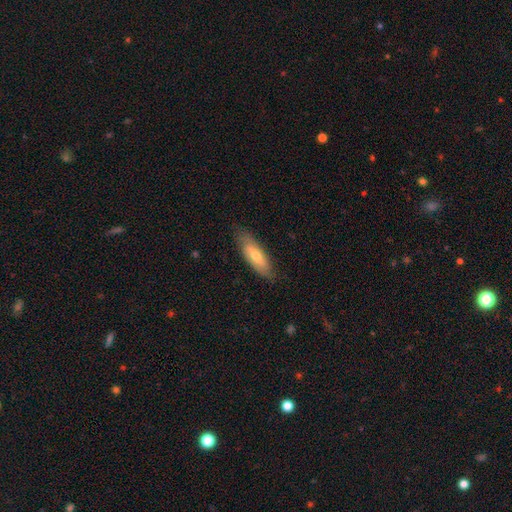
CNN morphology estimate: smooth-or-featured: smooth: 52% | featured or disk: 41% | star or artifact: 7%
  how-rounded: cigar-shaped: 50% | in between: 48% | round: 2%
  merging: none: 79% | minor disturbance: 16% | major disturbance: 3% | merger: 1%